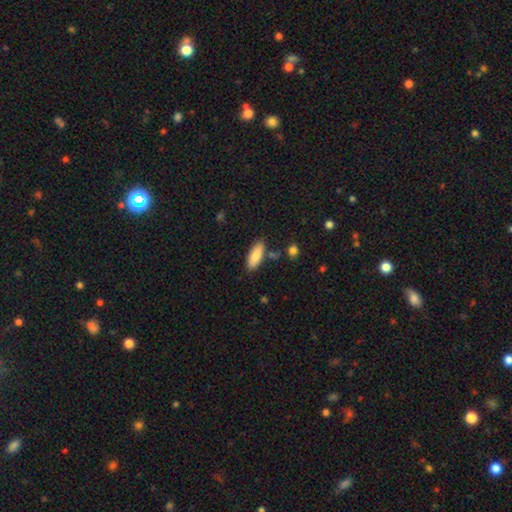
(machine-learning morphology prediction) Overall: smooth (84%). How rounded: in between (65%; cigar-shaped 33%). Merging: none (80%).